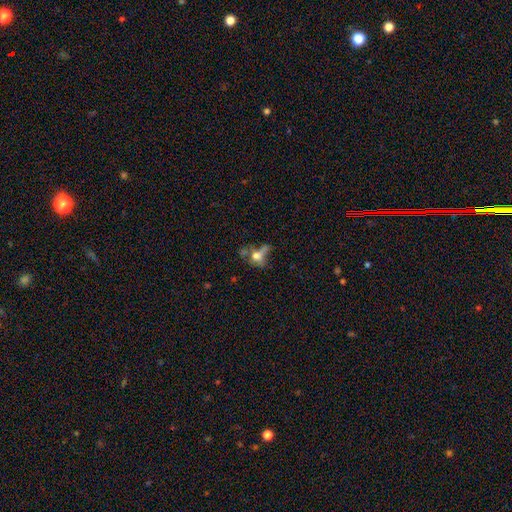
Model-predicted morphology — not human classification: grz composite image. It shows a smooth galaxy with no disk features (47%). Merging: none (31%, tied with major disturbance).